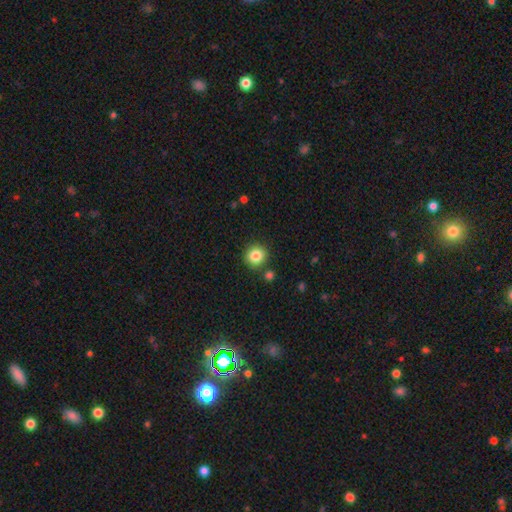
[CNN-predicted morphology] Q: Smooth or featured?
A: smooth (84%); runner-up: star or artifact (10%)
Q: How rounded?
A: round (91%); runner-up: in between (8%)
Q: Merging?
A: none (86%); runner-up: minor disturbance (7%)